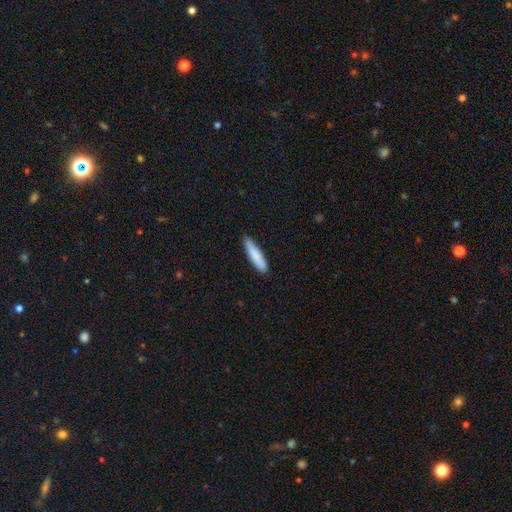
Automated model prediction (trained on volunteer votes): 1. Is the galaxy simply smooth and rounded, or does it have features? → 84% smooth, 10% featured or disk, 5% star or artifact.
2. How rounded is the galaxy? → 79% cigar-shaped, 20% in between, 1% round.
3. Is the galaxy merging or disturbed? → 85% none, 13% minor disturbance, 2% major disturbance, 1% merger.